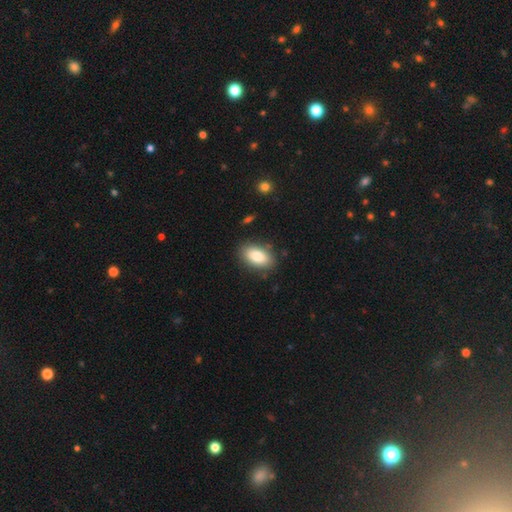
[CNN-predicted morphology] Q: Smooth or featured?
A: smooth (84%); runner-up: featured or disk (9%)
Q: How rounded?
A: in between (93%); runner-up: round (5%)
Q: Merging?
A: none (85%); runner-up: minor disturbance (10%)